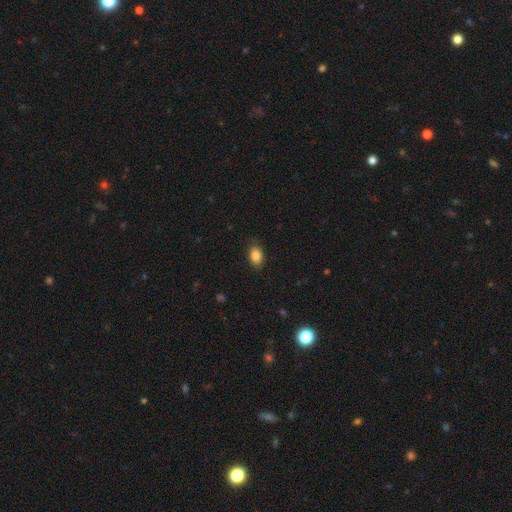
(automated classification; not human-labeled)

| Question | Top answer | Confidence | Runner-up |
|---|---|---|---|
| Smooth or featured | smooth | 85% | star or artifact (8%) |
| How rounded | in between | 85% | round (13%) |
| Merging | none | 82% | minor disturbance (14%) |